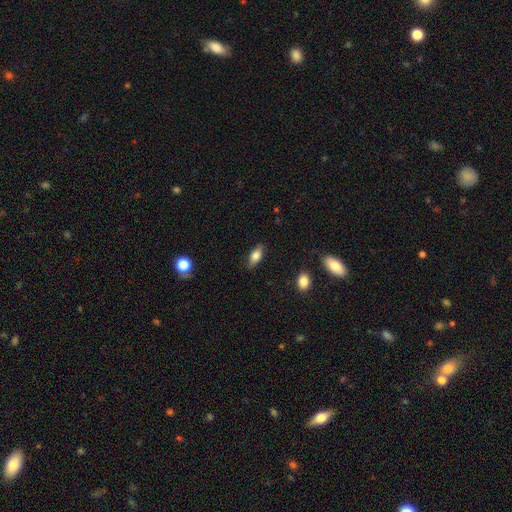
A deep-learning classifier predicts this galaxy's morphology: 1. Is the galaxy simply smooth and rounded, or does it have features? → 77% smooth, 16% featured or disk, 8% star or artifact.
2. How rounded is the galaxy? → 84% in between, 12% cigar-shaped, 4% round.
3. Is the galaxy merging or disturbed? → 83% none, 13% minor disturbance, 3% major disturbance, 1% merger.